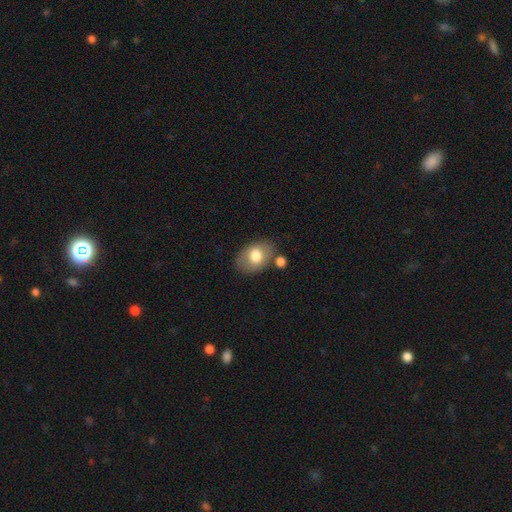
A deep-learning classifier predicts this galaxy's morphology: The model was most divided on "smooth or featured": smooth: 73%, featured or disk: 20%, star or artifact: 7%. More confident: how rounded — in between (81%); merging — none (73%).